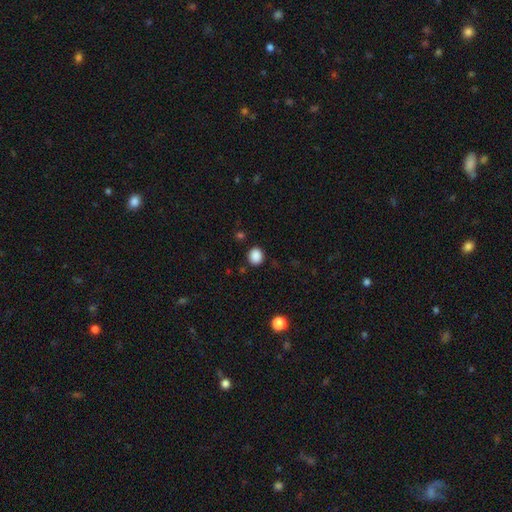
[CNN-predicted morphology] Overall: smooth (88%). How rounded: round (75%). Merging: none (88%).